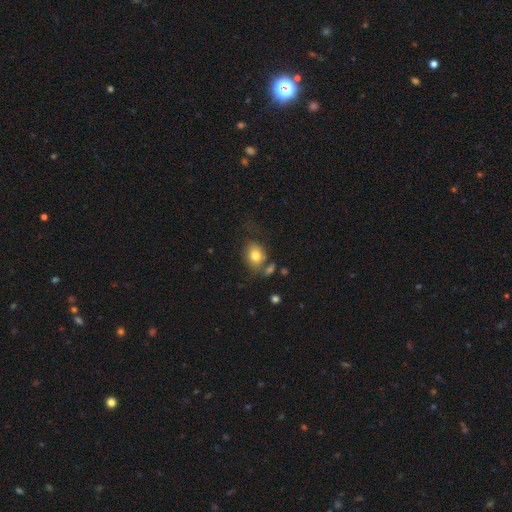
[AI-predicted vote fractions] smooth-or-featured: smooth: 78% | featured or disk: 12% | star or artifact: 10%
  how-rounded: in between: 51% | round: 48% | cigar-shaped: 1%
  merging: none: 58% | minor disturbance: 20% | merger: 14% | major disturbance: 9%